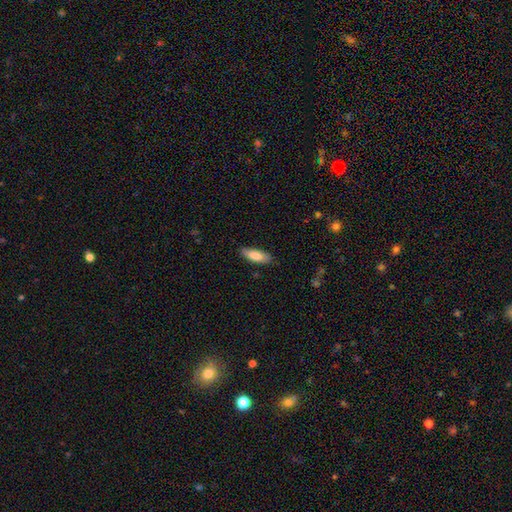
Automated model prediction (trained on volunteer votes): Smooth or featured? smooth (78%)
How rounded? in between (64%)
Merging? none (84%)